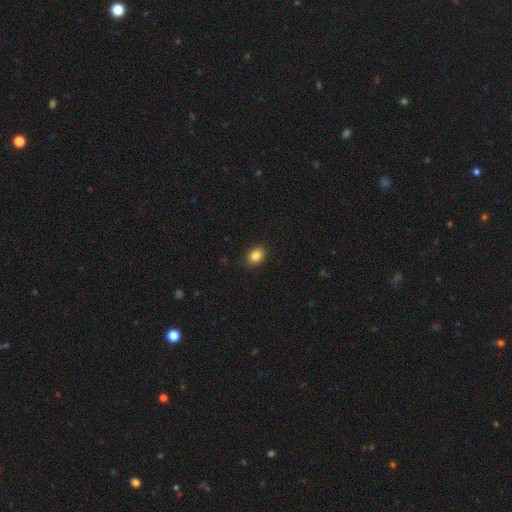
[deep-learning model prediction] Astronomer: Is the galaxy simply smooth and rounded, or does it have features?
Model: smooth — 85%.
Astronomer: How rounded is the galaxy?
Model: in between — 55% (runner-up: round, 44%).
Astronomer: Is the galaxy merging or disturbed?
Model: none — 89%.